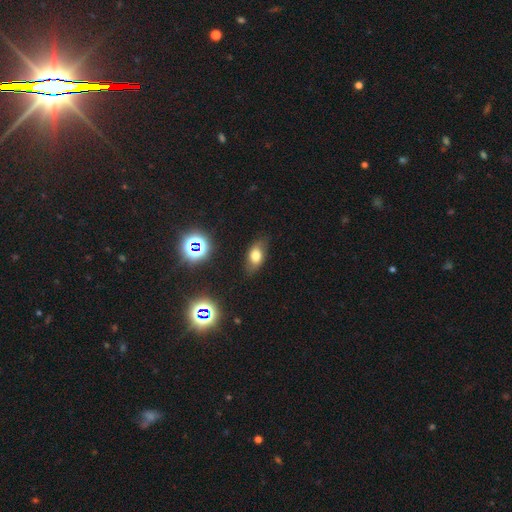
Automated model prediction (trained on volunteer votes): Smooth or featured: smooth — 67% (featured or disk — 18%)
How rounded: in between — 86% (round — 11%)
Merging: none — 78% (minor disturbance — 17%)